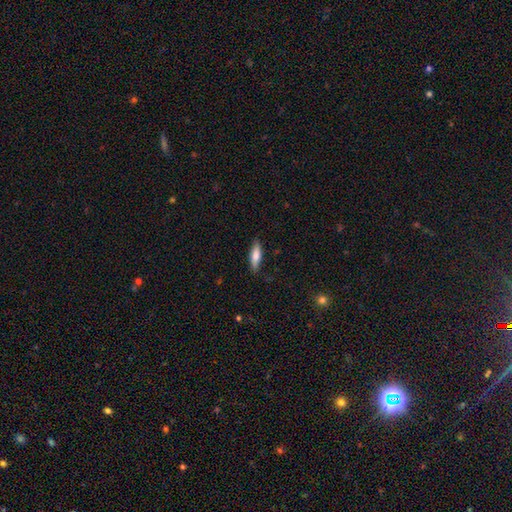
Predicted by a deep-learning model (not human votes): Overall: smooth (75%). How rounded: cigar-shaped (59%; in between 40%). Merging: none (84%).